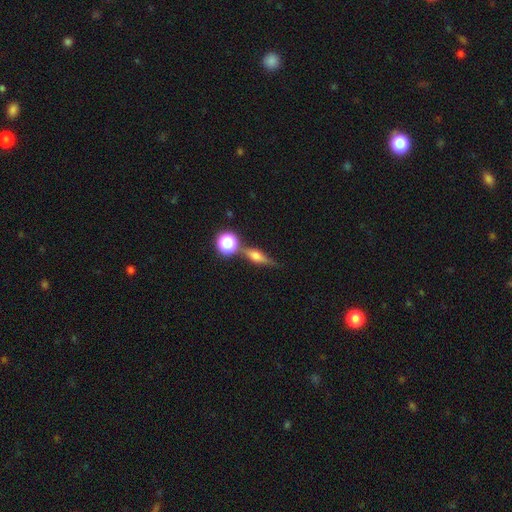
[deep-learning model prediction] Smooth or featured? featured or disk (53%)
Edge-on disk? yes (90%)
Merging? none (71%)